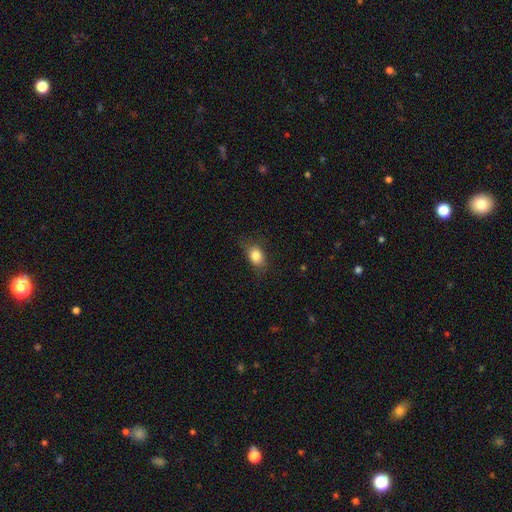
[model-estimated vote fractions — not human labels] smooth 82%, star or artifact 9%, featured or disk 8%. Down the decision tree: how rounded — in between (69%); merging — none (72%).